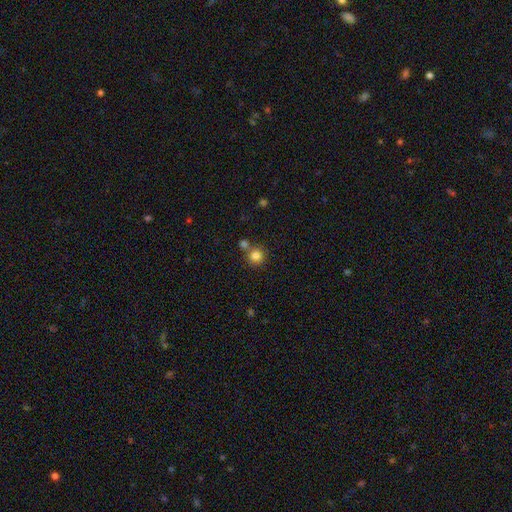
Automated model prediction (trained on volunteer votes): This is clearly a smooth galaxy (83%). How rounded: clearly round (93%). Merging: likely none (68%).